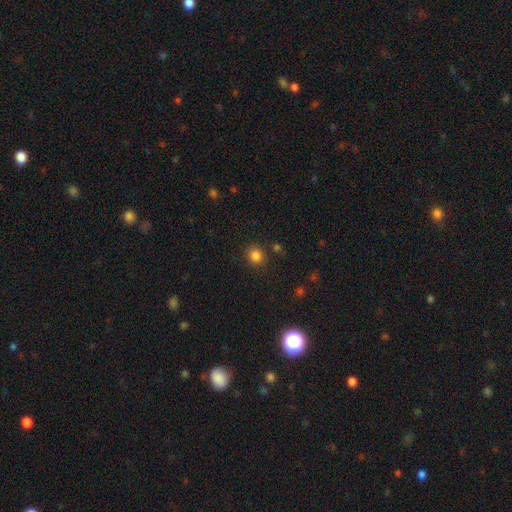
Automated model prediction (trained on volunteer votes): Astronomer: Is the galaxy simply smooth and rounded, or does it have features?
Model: smooth — 83%.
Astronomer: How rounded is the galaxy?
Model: round — 84%.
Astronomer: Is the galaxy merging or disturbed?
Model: none — 86%.